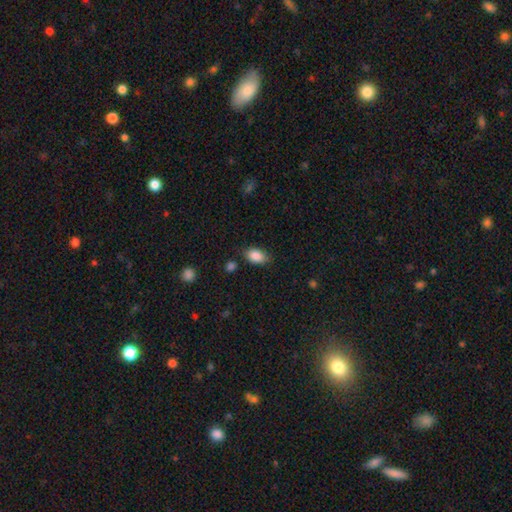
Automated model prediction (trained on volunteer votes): Overall: smooth (87%). How rounded: in between (89%). Merging: none (79%).